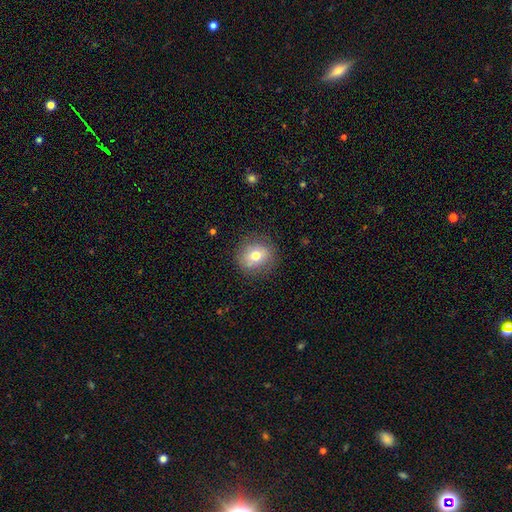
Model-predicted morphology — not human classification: Overall: smooth (70%). How rounded: round (86%). Merging: none (84%).